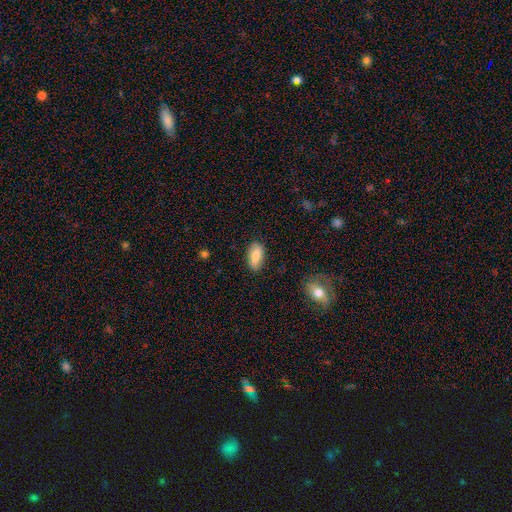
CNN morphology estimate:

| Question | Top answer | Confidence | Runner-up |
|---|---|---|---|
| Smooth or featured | smooth | 80% | featured or disk (13%) |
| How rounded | in between | 87% | cigar-shaped (10%) |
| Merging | none | 82% | minor disturbance (13%) |